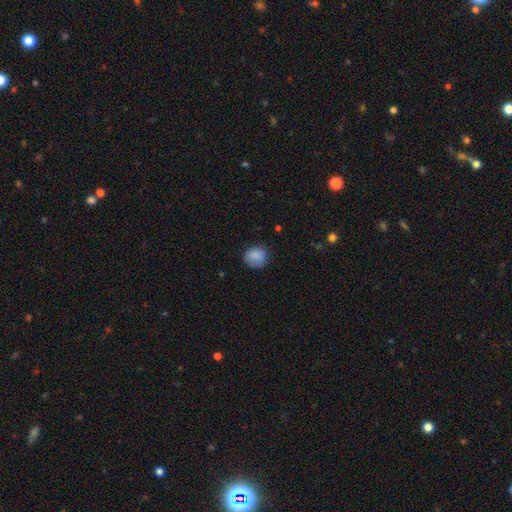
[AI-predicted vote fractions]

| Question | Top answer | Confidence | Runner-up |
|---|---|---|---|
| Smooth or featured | smooth | 84% | star or artifact (8%) |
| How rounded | round | 72% | in between (27%) |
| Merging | none | 73% | minor disturbance (21%) |